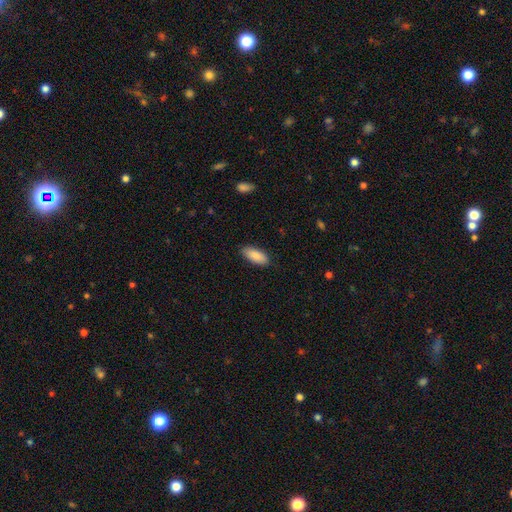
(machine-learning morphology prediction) Smooth or featured? Predicted: smooth (p=0.89). How rounded? Predicted: in between (p=0.84). Merging? Predicted: none (p=0.88).